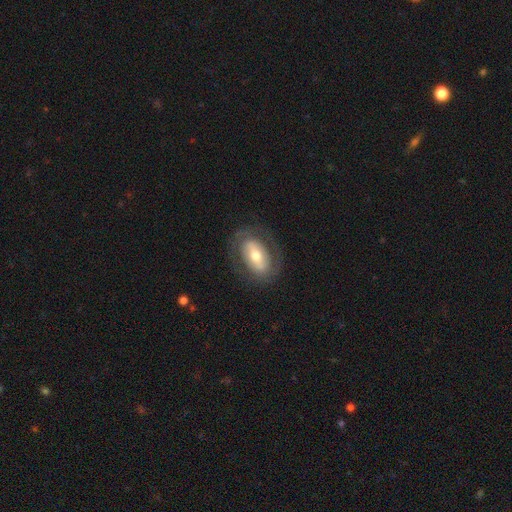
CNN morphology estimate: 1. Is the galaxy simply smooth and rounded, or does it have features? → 54% featured or disk, 39% smooth, 6% star or artifact.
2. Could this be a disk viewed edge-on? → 90% no, 10% yes.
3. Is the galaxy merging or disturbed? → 77% none, 13% minor disturbance, 9% major disturbance, 1% merger.